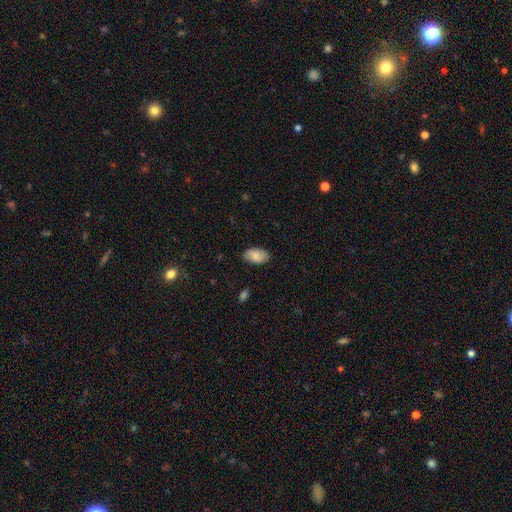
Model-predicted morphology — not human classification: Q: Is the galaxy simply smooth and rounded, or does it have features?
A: smooth — 81%.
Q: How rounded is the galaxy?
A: in between — 95%.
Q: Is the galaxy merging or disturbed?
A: none — 84%.